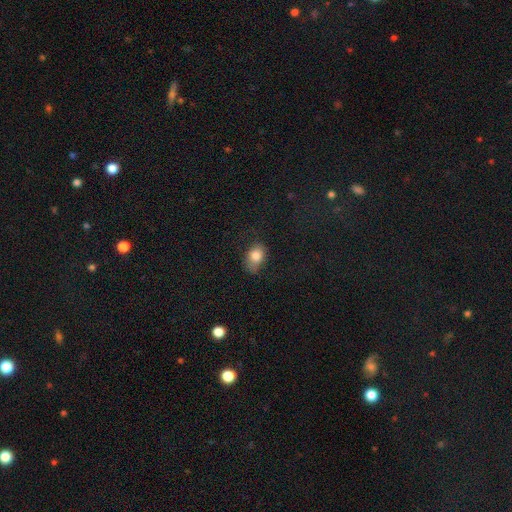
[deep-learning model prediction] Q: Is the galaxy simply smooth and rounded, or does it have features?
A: smooth — 80%.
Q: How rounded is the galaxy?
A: in between — 75%.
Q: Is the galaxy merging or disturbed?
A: none — 62%.